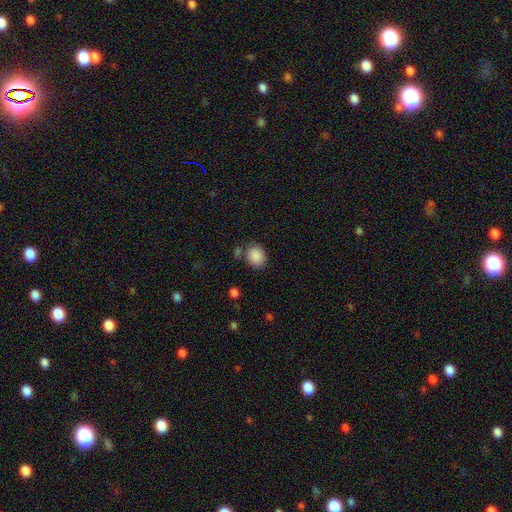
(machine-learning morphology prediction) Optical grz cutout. It shows a smooth galaxy with no disk features (88%) that is round (65%). Merging: none (75%).